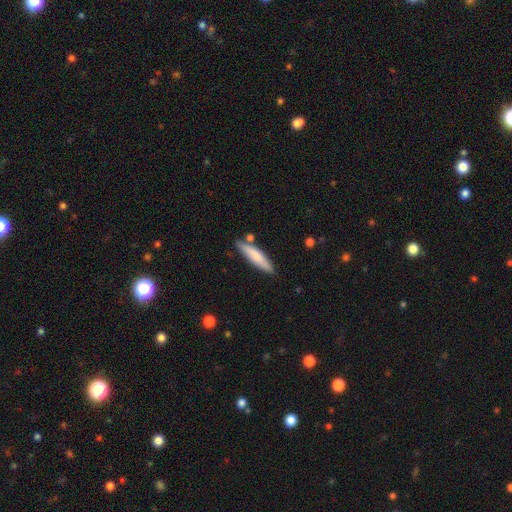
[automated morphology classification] Overall: smooth (71%). How rounded: cigar-shaped (80%). Merging: none (78%).